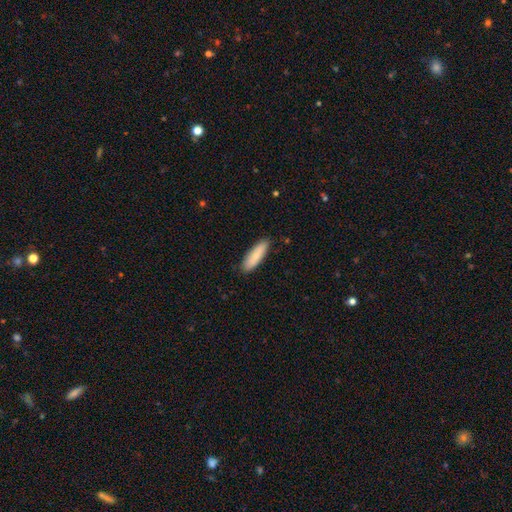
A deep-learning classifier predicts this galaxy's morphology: type=smooth (78%); roundness=cigar-shaped (54%); merging=none (86%).